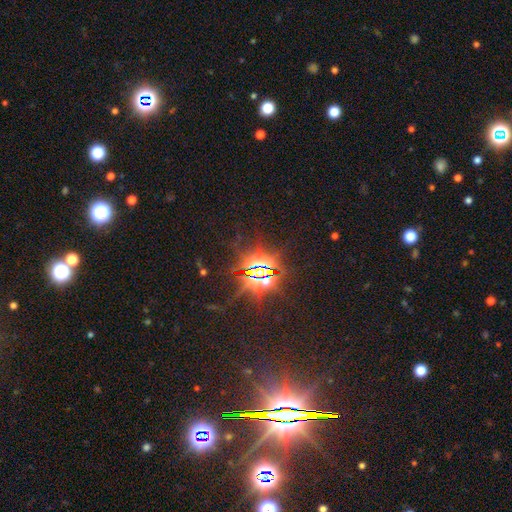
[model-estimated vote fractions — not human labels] Smooth or featured: star or artifact — 86% (smooth — 8%)